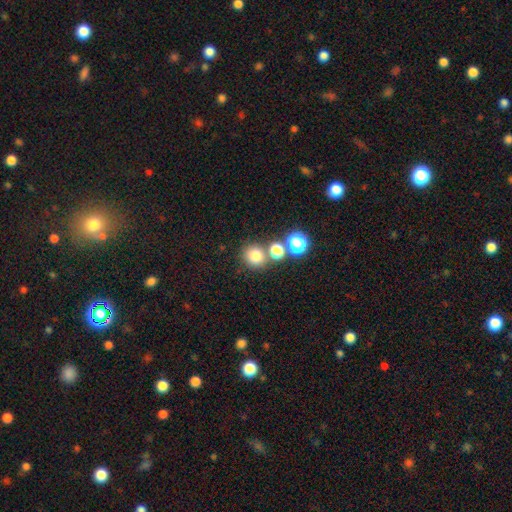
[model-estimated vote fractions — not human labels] A smooth galaxy with no disk features (76%) that is round (89%).

Vote fractions:
- Smooth or featured? smooth: 76% / star or artifact: 17% / featured or disk: 8%
- How rounded? round: 89% / in between: 10% / cigar-shaped: 1%
- Merging? none: 69% / merger: 20% / minor disturbance: 8% / major disturbance: 3%